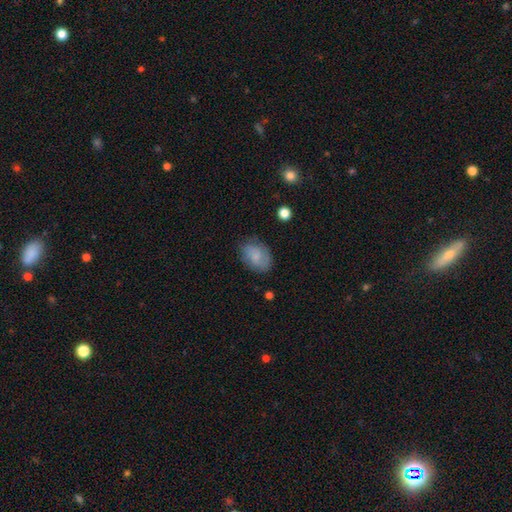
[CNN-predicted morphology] Smooth or featured: smooth — 67% (featured or disk — 25%)
How rounded: in between — 78% (round — 21%)
Merging: none — 73% (minor disturbance — 20%)